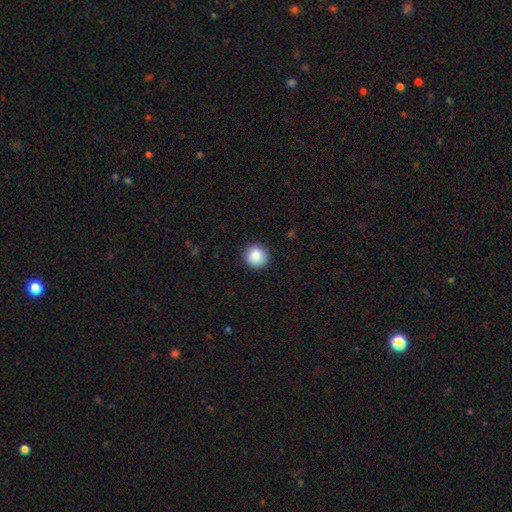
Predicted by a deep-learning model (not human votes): A smooth galaxy with no disk features (88%) that is round (94%).

Vote fractions:
- Smooth or featured? smooth: 88% / star or artifact: 8% / featured or disk: 4%
- How rounded? round: 94% / in between: 5% / cigar-shaped: 1%
- Merging? none: 92% / minor disturbance: 6% / major disturbance: 2% / merger: 1%